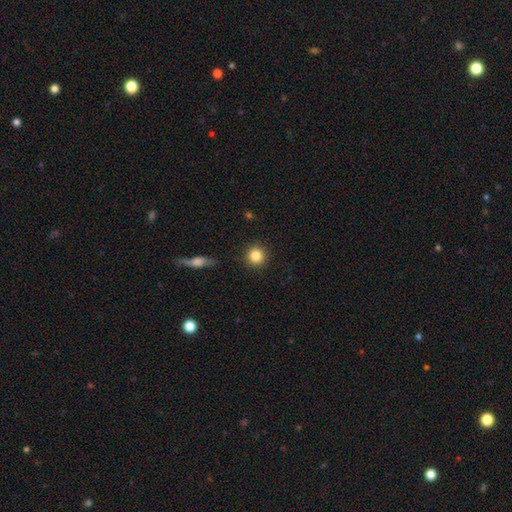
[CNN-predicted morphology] Smooth or featured: smooth — 84% (star or artifact — 10%)
How rounded: round — 94% (in between — 5%)
Merging: none — 91% (minor disturbance — 6%)